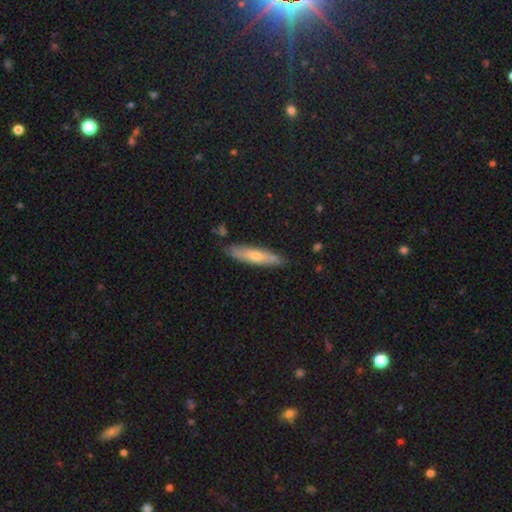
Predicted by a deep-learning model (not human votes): Morphology: type=smooth (55%); roundness=cigar-shaped (79%); merging=none (81%).